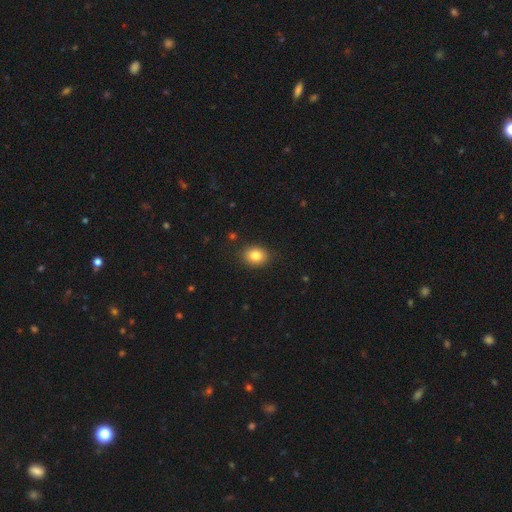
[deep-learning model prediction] Q: Smooth or featured?
A: smooth (83%); runner-up: star or artifact (10%)
Q: How rounded?
A: round (54%); runner-up: in between (45%)
Q: Merging?
A: none (88%); runner-up: minor disturbance (9%)